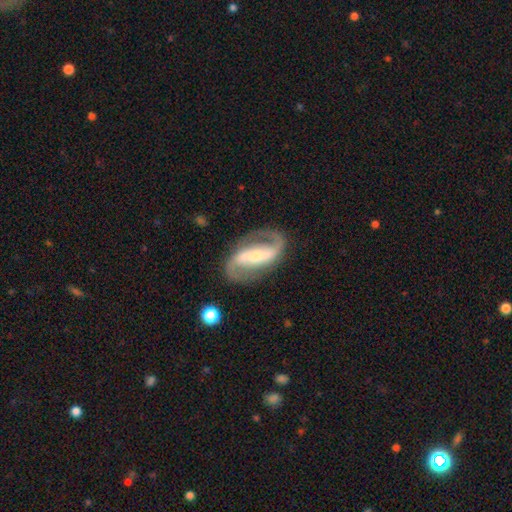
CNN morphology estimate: Smooth or featured: featured or disk — 89% (smooth — 6%)
Edge-on disk: no — 96% (yes — 4%)
Bar: strong — 65% (weak — 23%)
Spiral arms: yes — 96% (no — 4%)
Spiral winding: medium — 50% (loose — 30%)
Spiral arm count: 2 — 93% (can't tell — 2%)
Bulge size: small — 45% (moderate — 38%)
Merging: none — 82% (minor disturbance — 11%)